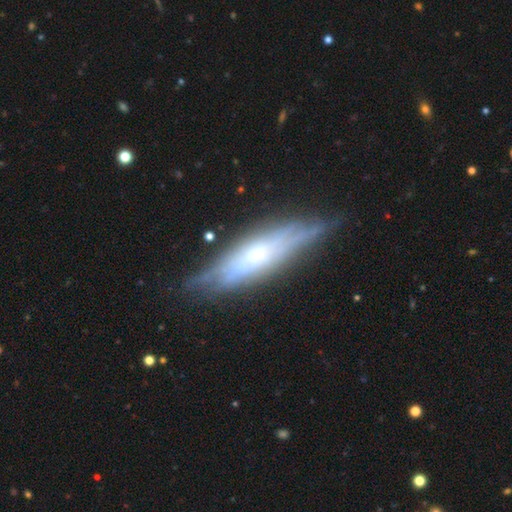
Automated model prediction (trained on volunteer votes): Smooth or featured: featured or disk — 70% (smooth — 23%)
Edge-on disk: yes — 65% (no — 35%)
Merging: none — 73% (minor disturbance — 19%)